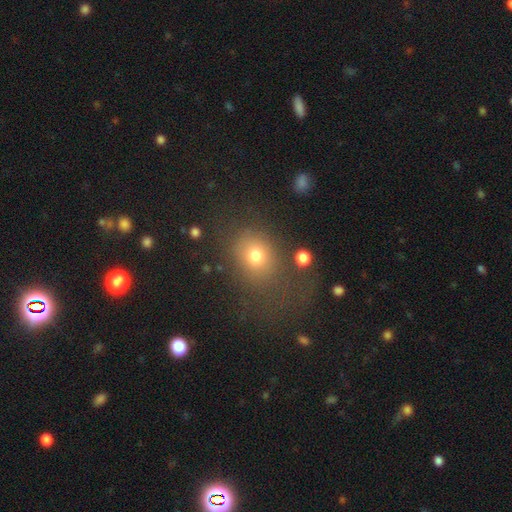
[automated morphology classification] The model was most divided on "how rounded": round: 56%, in between: 42%, cigar-shaped: 1%. More confident: smooth or featured — smooth (74%); merging — none (61%).